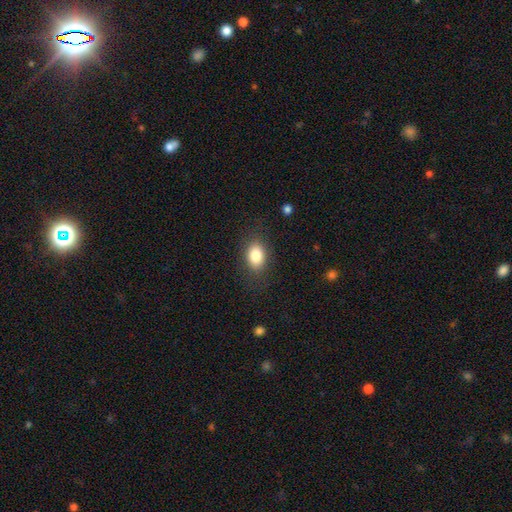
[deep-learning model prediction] Smooth or featured? Predicted: smooth (p=0.84). How rounded? Predicted: in between (p=0.81). Merging? Predicted: none (p=0.83).